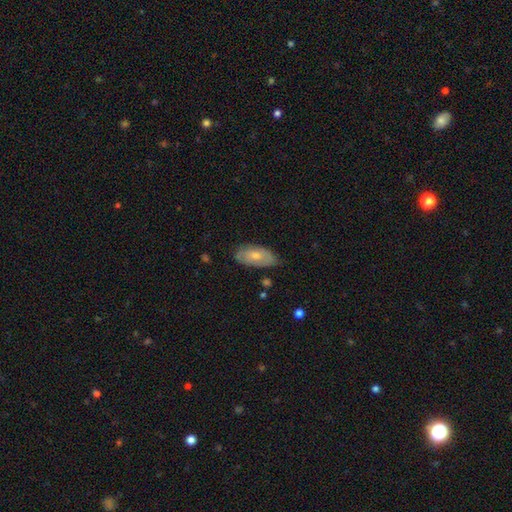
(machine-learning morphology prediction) smooth 60%, featured or disk 34%, star or artifact 6%. Down the decision tree: how rounded — in between (91%); merging — none (68%).